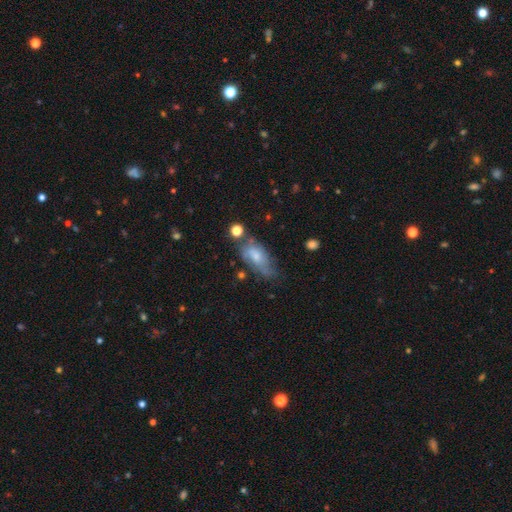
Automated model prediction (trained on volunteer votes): smooth_or_featured: smooth (p=0.55) [alt: featured or disk p=0.36]
how_rounded: in between (p=0.84) [alt: cigar-shaped p=0.11]
merging: none (p=0.41) [alt: minor disturbance p=0.31]